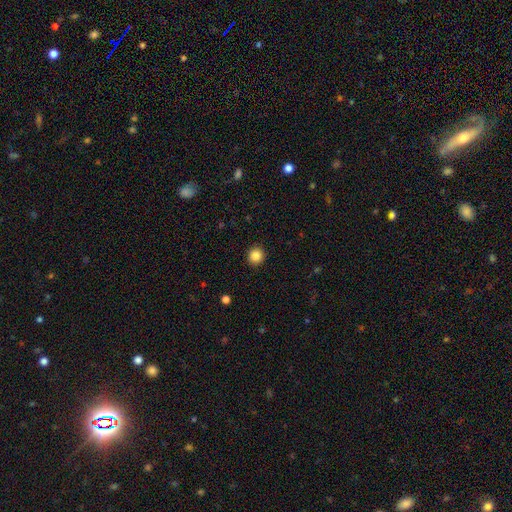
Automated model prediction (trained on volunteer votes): This is clearly a smooth galaxy (86%). How rounded: clearly round (92%). Merging: clearly none (92%).